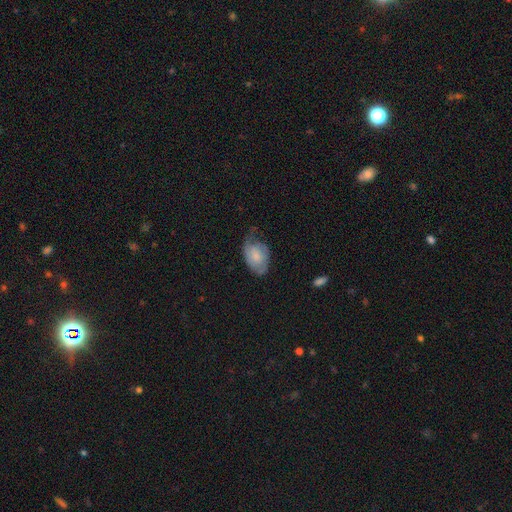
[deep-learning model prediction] smooth_or_featured: smooth (p=0.58) [alt: featured or disk p=0.35]
how_rounded: in between (p=0.88) [alt: round p=0.11]
merging: none (p=0.39) [tied with: minor disturbance p=0.39]